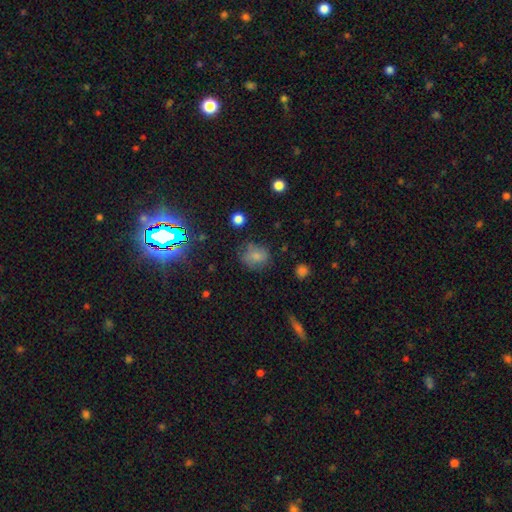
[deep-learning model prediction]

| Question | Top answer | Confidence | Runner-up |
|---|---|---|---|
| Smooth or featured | smooth | 75% | star or artifact (14%) |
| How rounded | round | 58% | in between (41%) |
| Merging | none | 63% | minor disturbance (23%) |